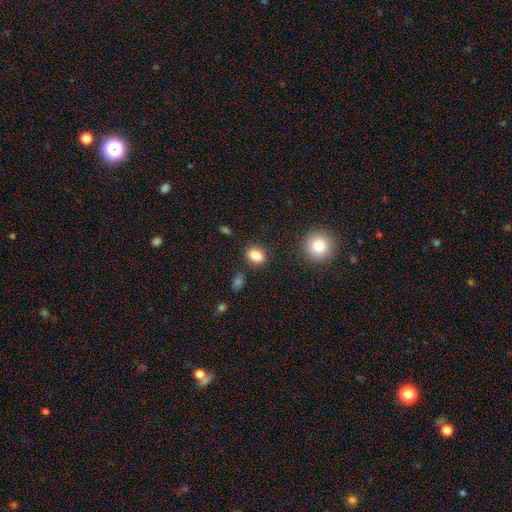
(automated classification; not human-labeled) Q: Smooth or featured?
A: smooth (85%); runner-up: star or artifact (9%)
Q: How rounded?
A: in between (70%); runner-up: round (29%)
Q: Merging?
A: none (85%); runner-up: minor disturbance (9%)